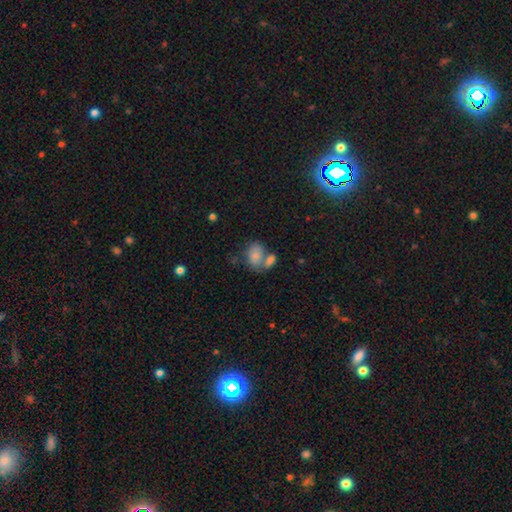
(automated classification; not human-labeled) A smooth galaxy with no disk features (79%) that is in between round and cigar-shaped (75%).

Vote fractions:
- Smooth or featured? smooth: 79% / featured or disk: 13% / star or artifact: 8%
- How rounded? in between: 75% / round: 24% / cigar-shaped: 1%
- Merging? merger: 47% / none: 33% / minor disturbance: 13% / major disturbance: 7%